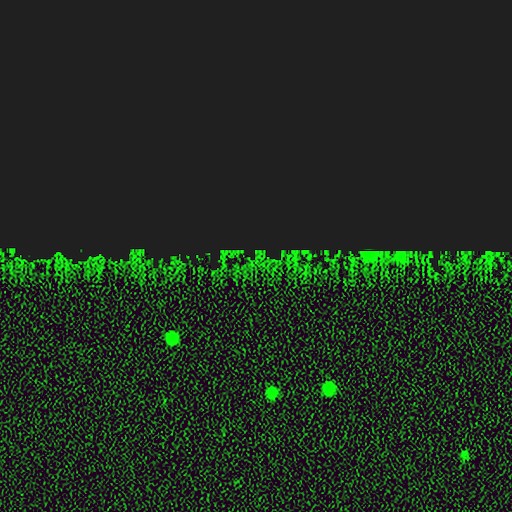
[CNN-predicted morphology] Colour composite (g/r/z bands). It shows a star or artifact, not a galaxy (84%).